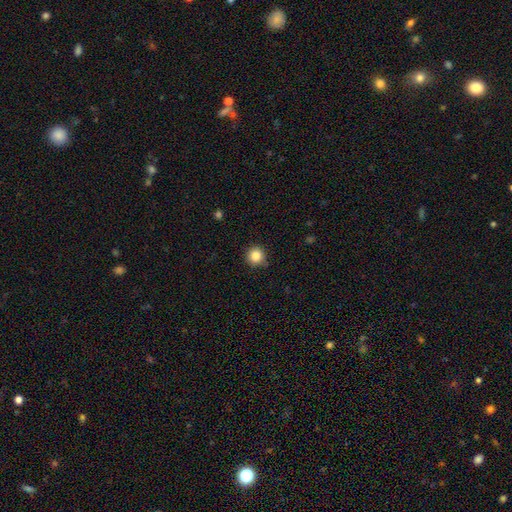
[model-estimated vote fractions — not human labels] smooth 86%, star or artifact 10%, featured or disk 4%. Down the decision tree: how rounded — round (95%); merging — none (89%).